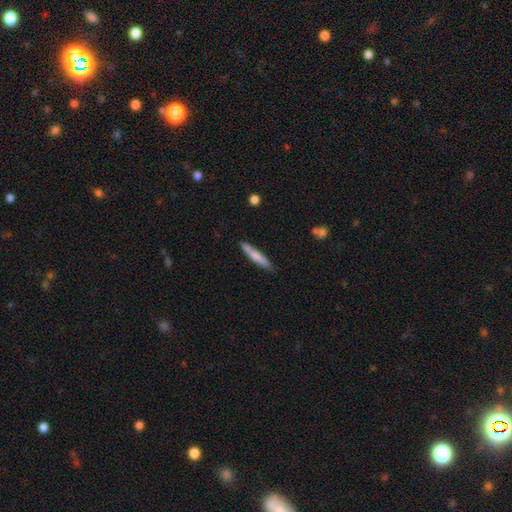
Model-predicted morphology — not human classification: A smooth galaxy with no disk features (70%) that is cigar-shaped (92%). Merging: none (80%).